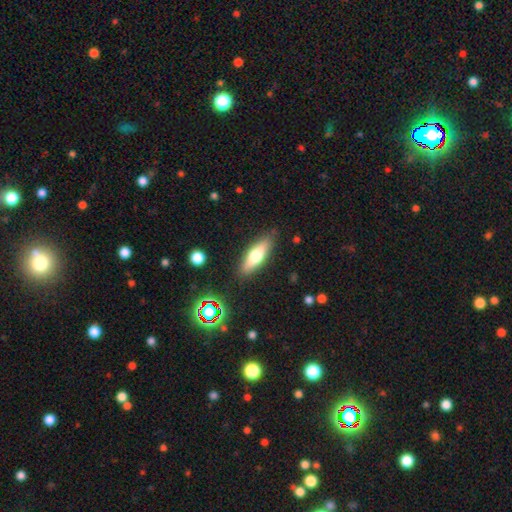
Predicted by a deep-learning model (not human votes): Overall: smooth (60%; featured or disk 32%). How rounded: in between (50%; cigar-shaped 48%). Merging: none (85%).